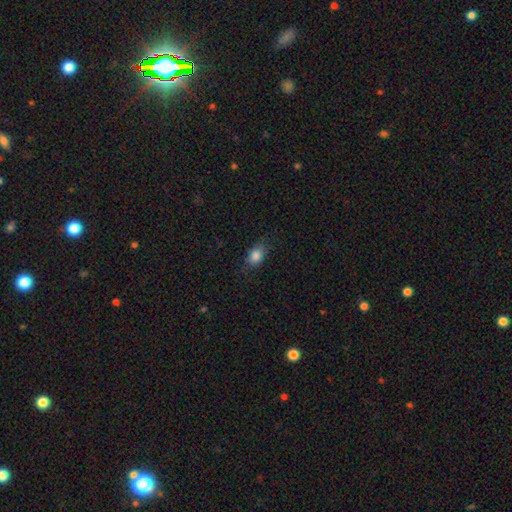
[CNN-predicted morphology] Overall: smooth (85%). How rounded: in between (79%). Merging: none (77%).